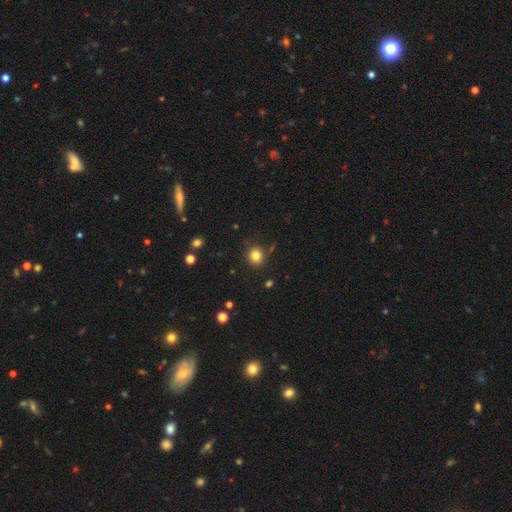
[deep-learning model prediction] Morphology: type=smooth (82%); roundness=round (86%); merging=none (83%).